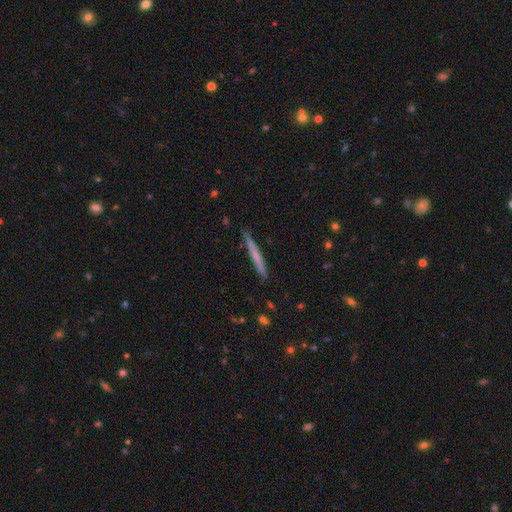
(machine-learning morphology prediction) The model was most divided on "smooth or featured": smooth: 50%, featured or disk: 43%, star or artifact: 6%. More confident: how rounded — cigar-shaped (96%); merging — none (89%).